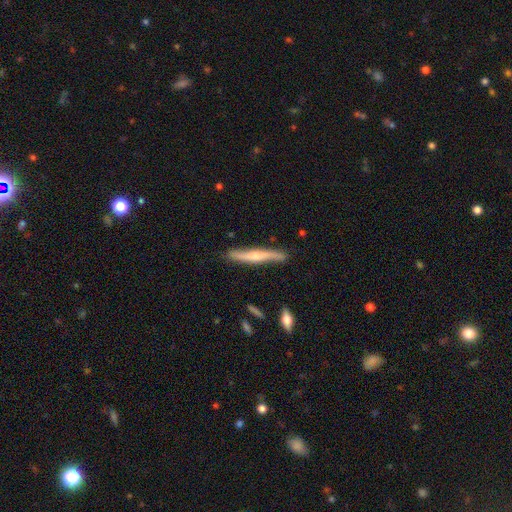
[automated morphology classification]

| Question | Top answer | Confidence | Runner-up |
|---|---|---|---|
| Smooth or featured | featured or disk | 59% | smooth (35%) |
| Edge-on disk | yes | 87% | no (13%) |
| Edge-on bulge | rounded | 73% | none (20%) |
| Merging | none | 82% | minor disturbance (14%) |